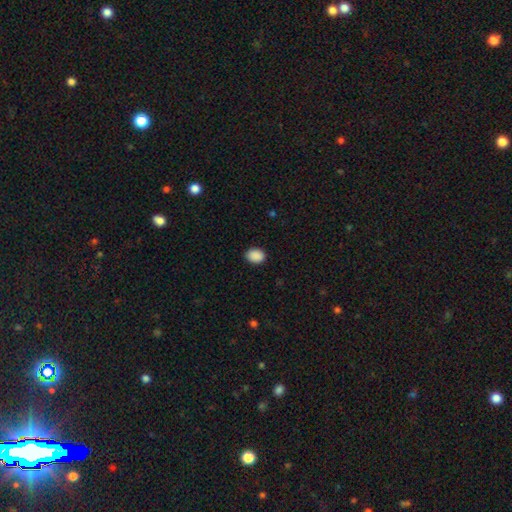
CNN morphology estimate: Overall: smooth (90%). How rounded: in between (68%; round 31%). Merging: none (89%).